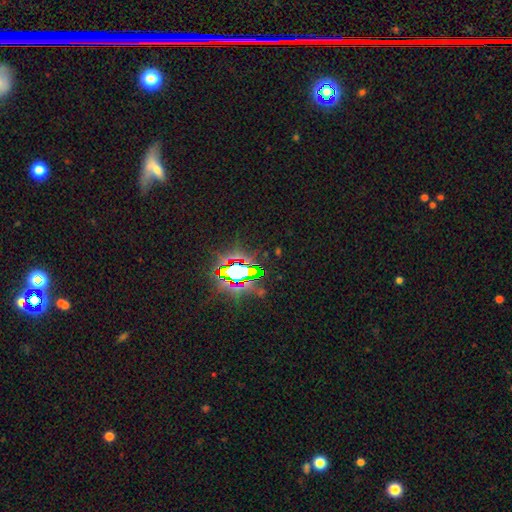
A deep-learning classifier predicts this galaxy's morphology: Smooth or featured? Predicted: star or artifact (p=0.80).